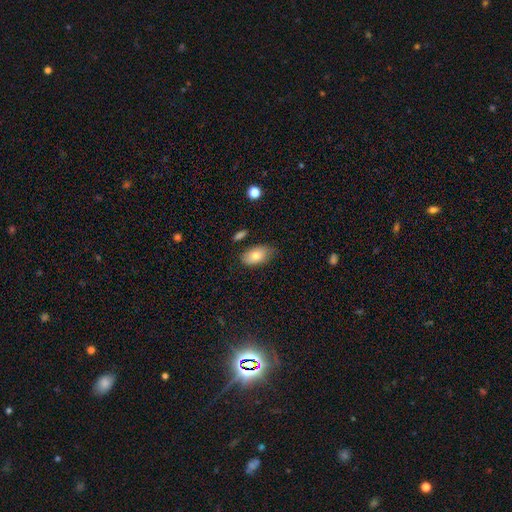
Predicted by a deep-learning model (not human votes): Smooth or featured? smooth (78%)
How rounded? in between (92%)
Merging? none (71%)